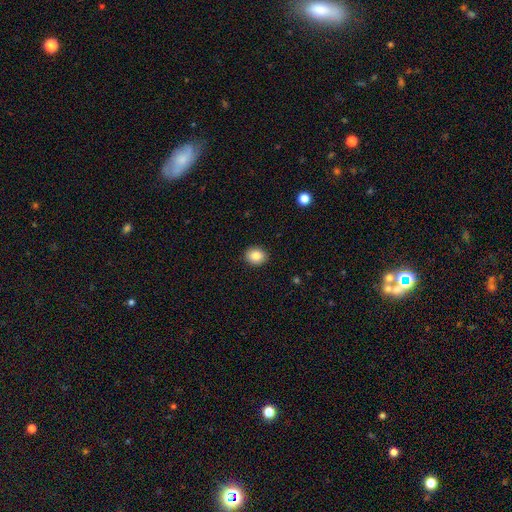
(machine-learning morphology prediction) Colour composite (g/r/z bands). It shows a smooth galaxy with no disk features (87%) that is round (60%). Merging: none (91%).